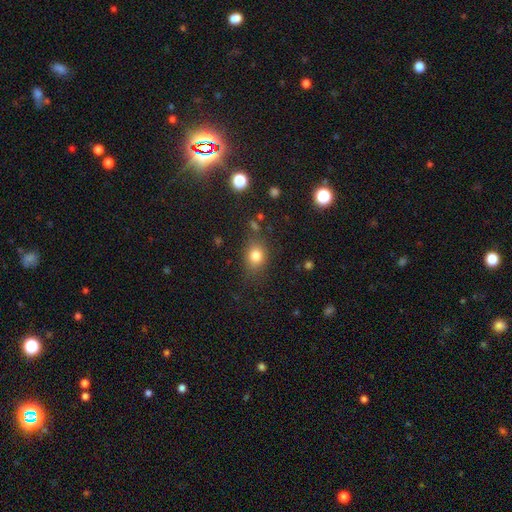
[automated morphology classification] A smooth galaxy with no disk features (80%) that is round (53%). Merging: none (78%).